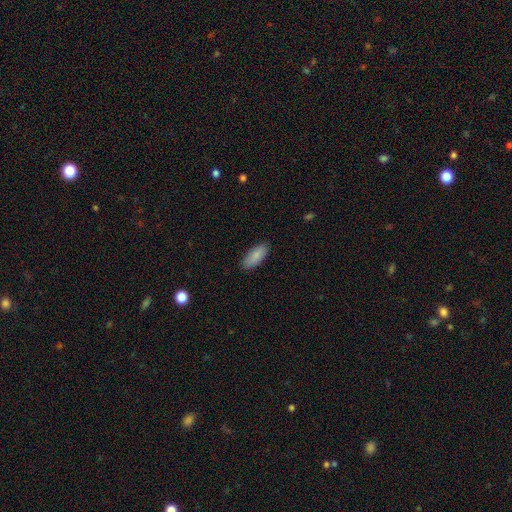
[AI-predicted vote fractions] Smooth or featured?
  - smooth: 88% *
  - featured or disk: 6%
  - star or artifact: 6%
How rounded?
  - in between: 83% *
  - cigar-shaped: 15%
  - round: 2%
Merging?
  - none: 87% *
  - minor disturbance: 10%
  - major disturbance: 2%
  - merger: 1%